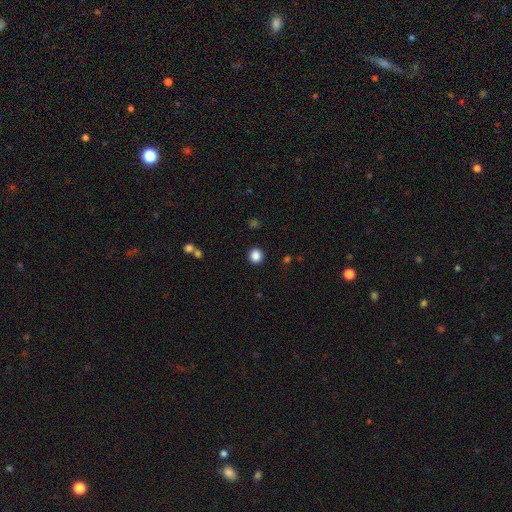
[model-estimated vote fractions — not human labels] Q: Smooth or featured?
A: smooth (87%); runner-up: star or artifact (10%)
Q: How rounded?
A: round (90%); runner-up: in between (9%)
Q: Merging?
A: none (92%); runner-up: minor disturbance (5%)